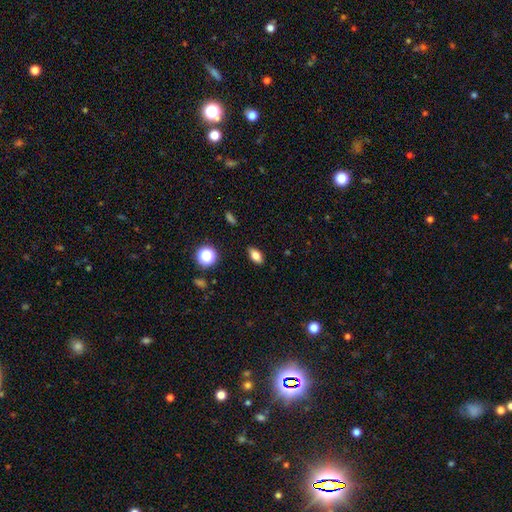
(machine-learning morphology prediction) Smooth or featured? Predicted: smooth (p=0.78). How rounded? Predicted: in between (p=0.84). Merging? Predicted: none (p=0.88).